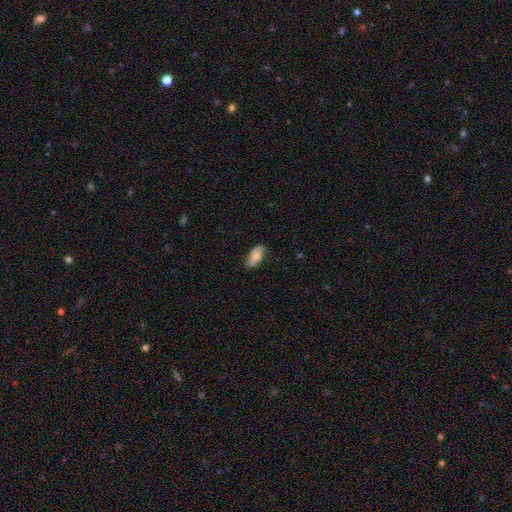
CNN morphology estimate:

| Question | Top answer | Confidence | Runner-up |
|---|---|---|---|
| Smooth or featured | smooth | 56% | featured or disk (36%) |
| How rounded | in between | 91% | cigar-shaped (5%) |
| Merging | none | 73% | minor disturbance (21%) |